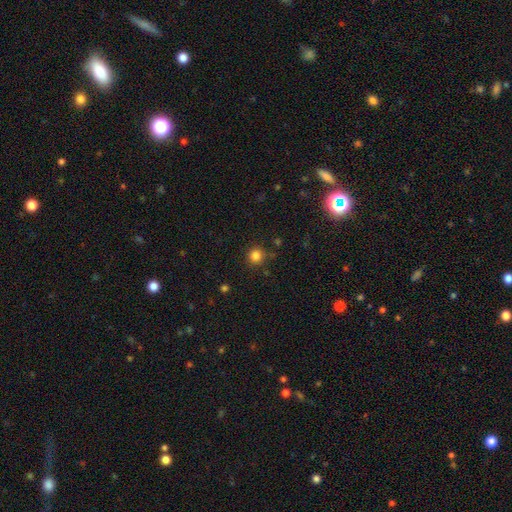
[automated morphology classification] Smooth or featured? Predicted: smooth (p=0.83). How rounded? Predicted: round (p=0.93). Merging? Predicted: none (p=0.84).